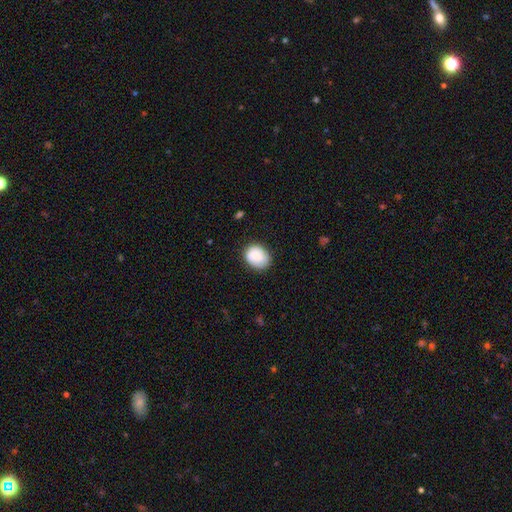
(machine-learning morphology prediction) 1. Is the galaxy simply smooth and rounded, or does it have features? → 80% smooth, 13% featured or disk, 7% star or artifact.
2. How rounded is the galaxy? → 50% round, 49% in between, 1% cigar-shaped.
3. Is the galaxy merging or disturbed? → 73% none, 21% minor disturbance, 5% major disturbance, 1% merger.